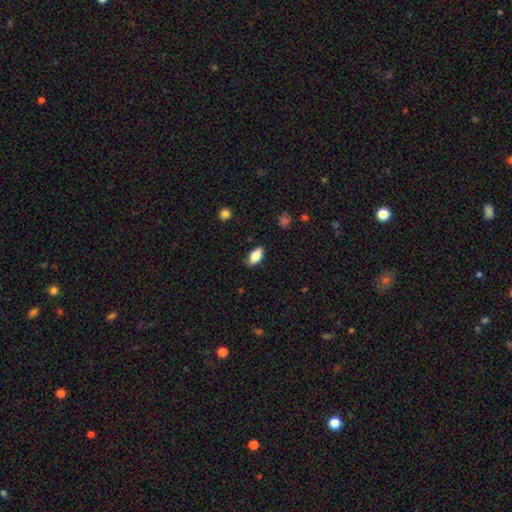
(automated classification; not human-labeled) Overall: smooth (82%). How rounded: in between (89%). Merging: none (85%).